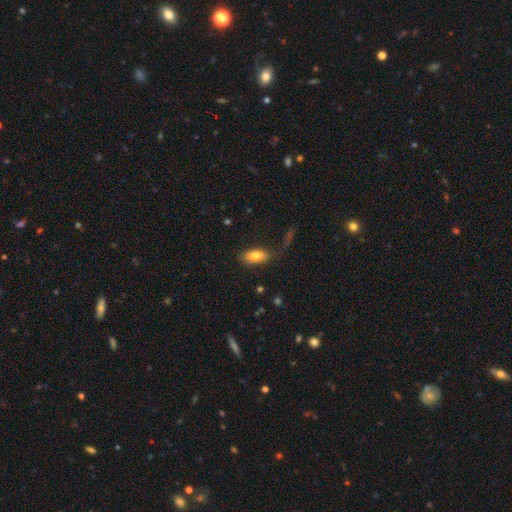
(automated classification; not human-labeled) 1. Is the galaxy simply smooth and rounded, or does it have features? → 78% smooth, 15% featured or disk, 8% star or artifact.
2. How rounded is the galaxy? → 89% in between, 8% cigar-shaped, 3% round.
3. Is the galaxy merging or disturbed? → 66% none, 20% minor disturbance, 11% major disturbance, 3% merger.